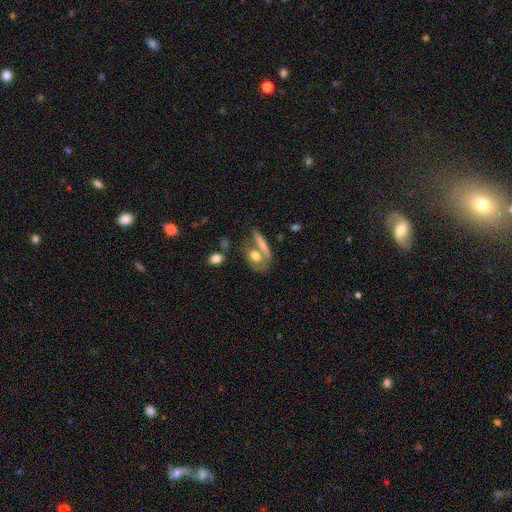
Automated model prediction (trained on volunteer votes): Smooth or featured: smooth — 64% (featured or disk — 28%)
How rounded: in between — 57% (cigar-shaped — 22%)
Merging: none — 44% (merger — 33%)